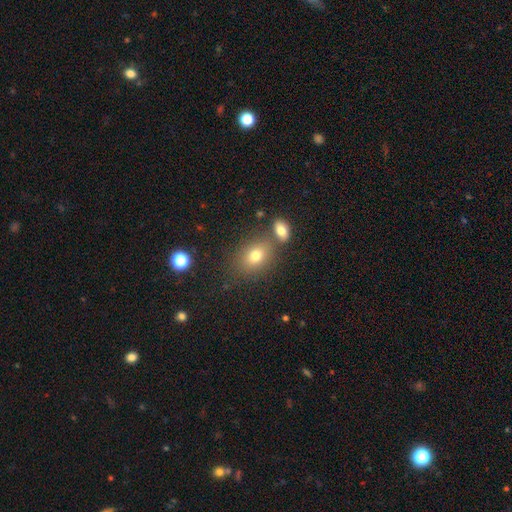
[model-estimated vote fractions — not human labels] Smooth or featured?
  - smooth: 75% *
  - star or artifact: 13%
  - featured or disk: 12%
How rounded?
  - in between: 66% *
  - round: 33%
  - cigar-shaped: 2%
Merging?
  - none: 67% *
  - merger: 17%
  - minor disturbance: 12%
  - major disturbance: 4%